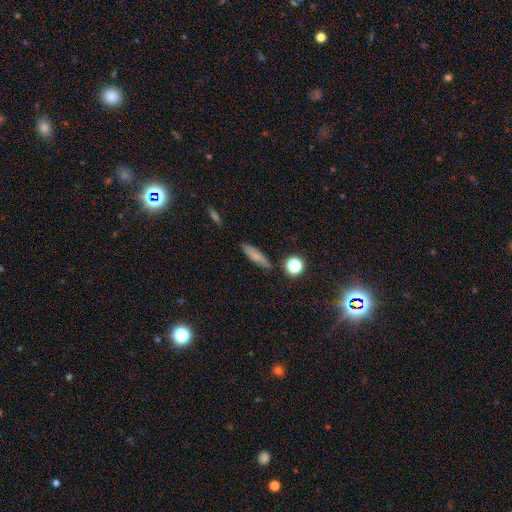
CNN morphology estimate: Q: Smooth or featured?
A: smooth (73%); runner-up: featured or disk (16%)
Q: How rounded?
A: cigar-shaped (65%); runner-up: in between (30%)
Q: Merging?
A: none (83%); runner-up: minor disturbance (11%)